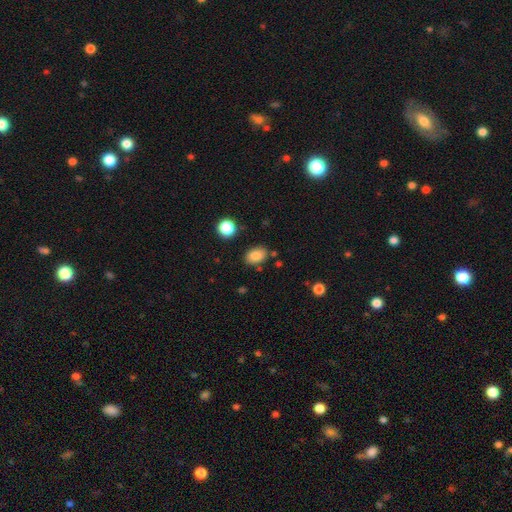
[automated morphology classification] type=smooth (84%); roundness=in between (79%); merging=none (78%).